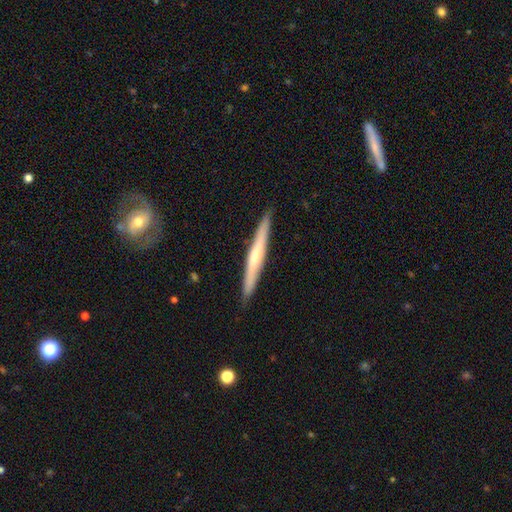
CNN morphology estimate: type=featured or disk (55%); edge-on=yes (95%); edge-on bulge=rounded (50%); merging=none (90%).